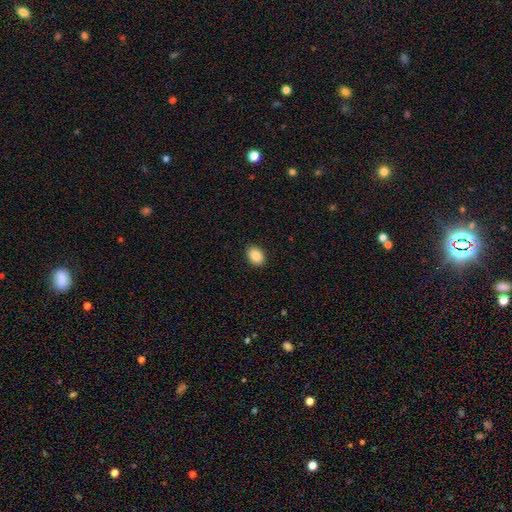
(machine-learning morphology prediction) This appears to be a smooth galaxy with no disk features (88%) that is in between round and cigar-shaped (76%). Merging: none (91%).